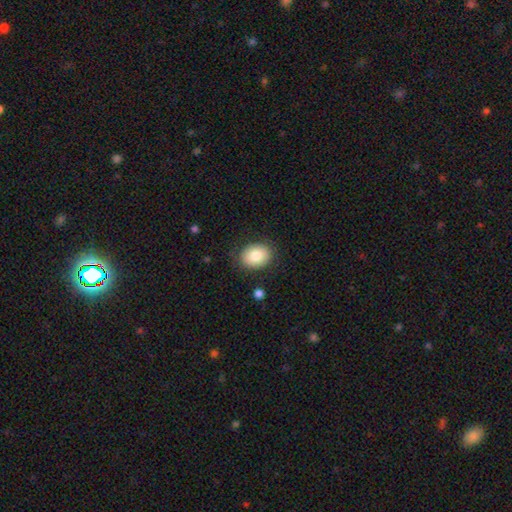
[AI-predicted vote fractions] smooth_or_featured: smooth (p=0.82) [alt: featured or disk p=0.11]
how_rounded: in between (p=0.58) [alt: round p=0.41]
merging: none (p=0.83) [alt: minor disturbance p=0.12]